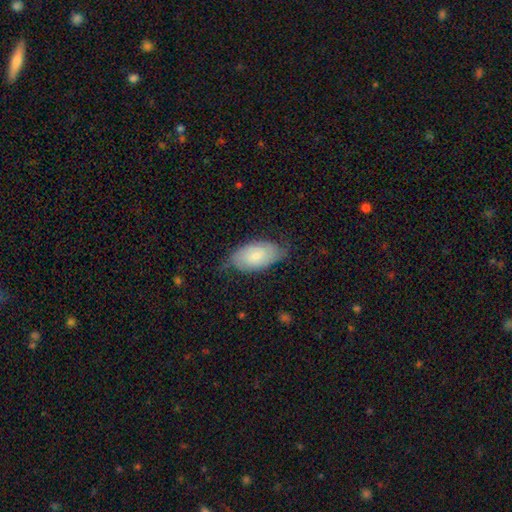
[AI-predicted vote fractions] smooth 58%, featured or disk 35%, star or artifact 6%. Down the decision tree: how rounded — in between (94%); merging — none (63%).